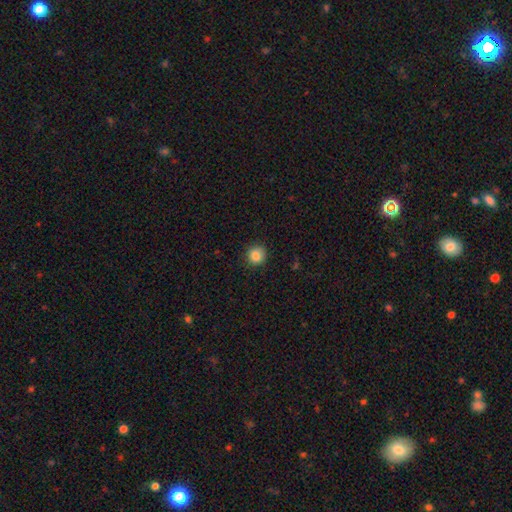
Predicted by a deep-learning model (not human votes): Smooth or featured?
  - smooth: 85% *
  - star or artifact: 10%
  - featured or disk: 5%
How rounded?
  - round: 90% *
  - in between: 9%
  - cigar-shaped: 1%
Merging?
  - none: 87% *
  - minor disturbance: 10%
  - major disturbance: 2%
  - merger: 1%